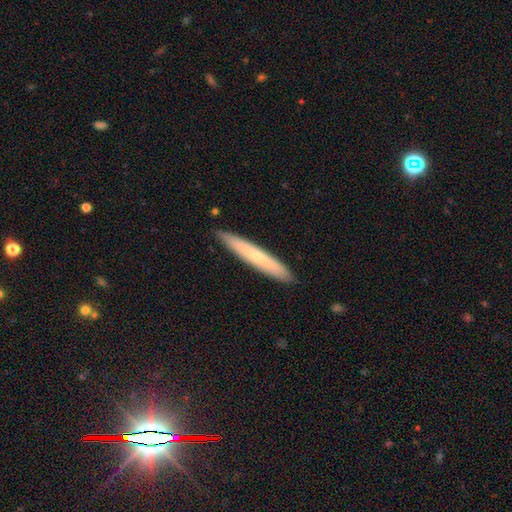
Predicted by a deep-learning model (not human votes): Morphology: type=smooth (55%); roundness=cigar-shaped (95%); merging=none (90%).